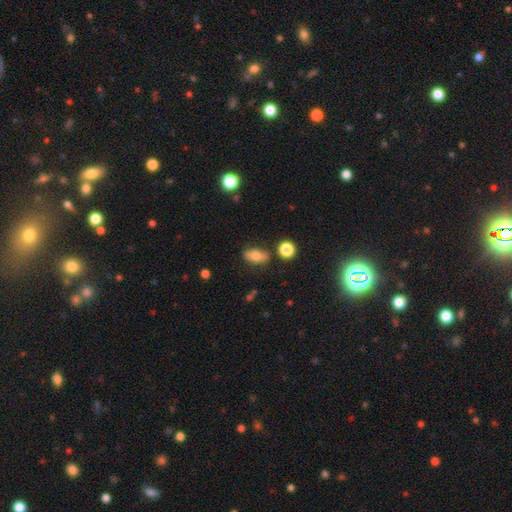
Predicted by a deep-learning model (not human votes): Morphology: type=smooth (70%); roundness=in between (76%); merging=none (80%).